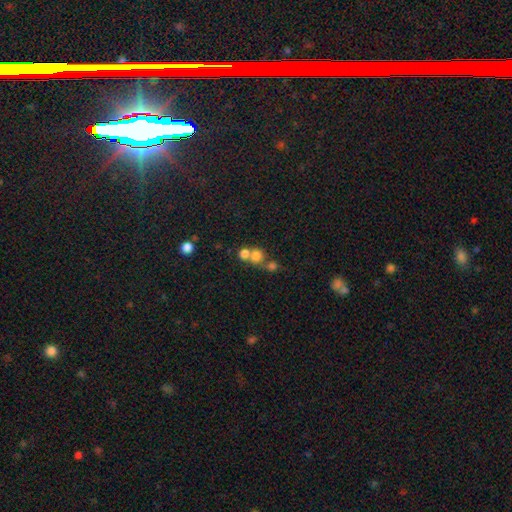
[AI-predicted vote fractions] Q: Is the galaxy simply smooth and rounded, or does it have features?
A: smooth — 76%.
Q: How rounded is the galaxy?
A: round — 85%.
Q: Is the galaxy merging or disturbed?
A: merger — 51%.